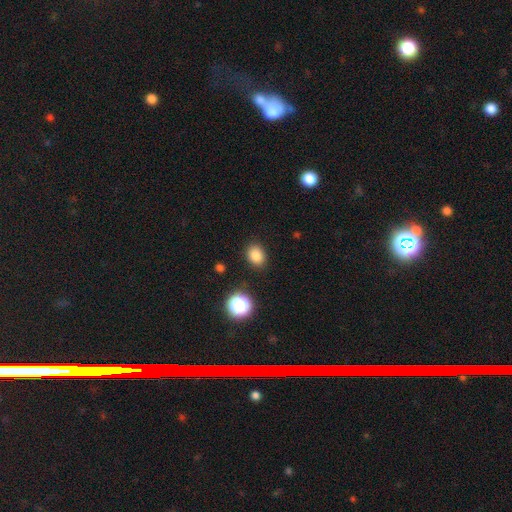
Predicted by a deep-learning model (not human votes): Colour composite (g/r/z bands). It shows a smooth galaxy with no disk features (83%) that is in between round and cigar-shaped (55%). Merging: none (87%).